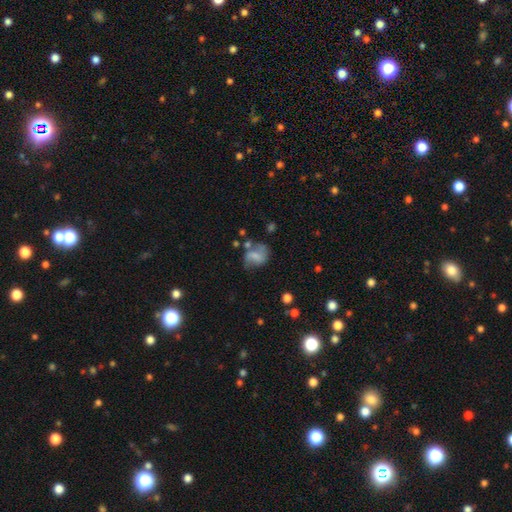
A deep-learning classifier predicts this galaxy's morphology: Smooth or featured? Predicted: smooth (p=0.49). Merging? Predicted: none (p=0.44).